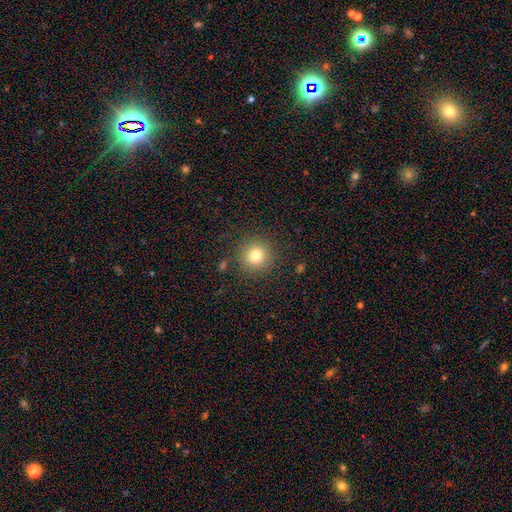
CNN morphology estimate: Overall: smooth (79%). How rounded: round (95%). Merging: none (89%).